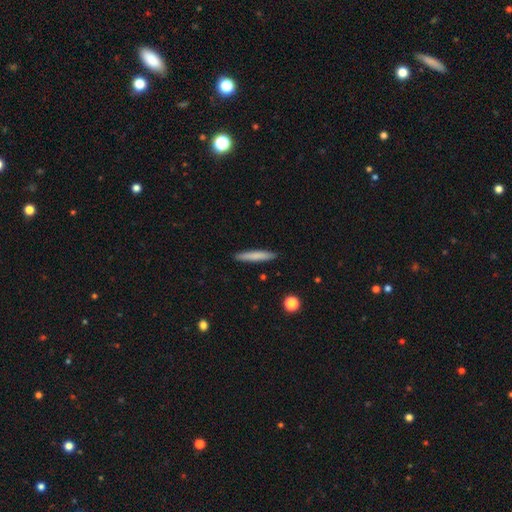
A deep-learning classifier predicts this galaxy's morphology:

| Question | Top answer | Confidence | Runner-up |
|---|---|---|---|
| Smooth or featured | smooth | 77% | featured or disk (17%) |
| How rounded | cigar-shaped | 93% | in between (5%) |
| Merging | none | 90% | minor disturbance (7%) |